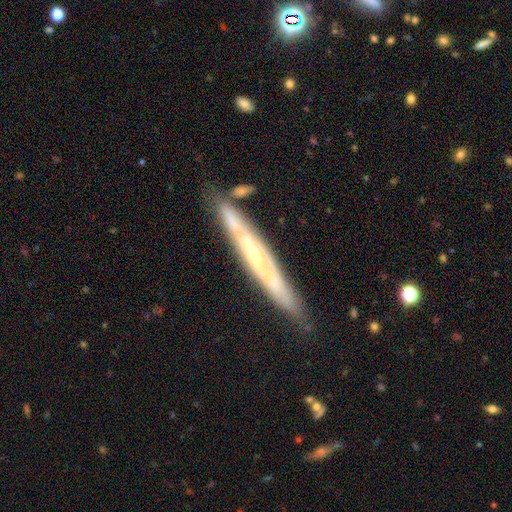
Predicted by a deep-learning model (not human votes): Q: Smooth or featured?
A: featured or disk (64%); runner-up: smooth (29%)
Q: Edge-on disk?
A: yes (85%); runner-up: no (15%)
Q: Edge-on bulge?
A: none (63%); runner-up: rounded (27%)
Q: Merging?
A: none (80%); runner-up: minor disturbance (13%)